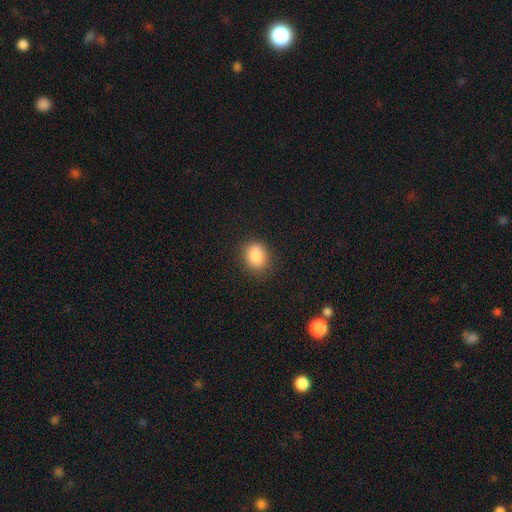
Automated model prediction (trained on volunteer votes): smooth-or-featured: smooth: 87% | star or artifact: 9% | featured or disk: 4%
  how-rounded: round: 53% | in between: 46% | cigar-shaped: 1%
  merging: none: 84% | minor disturbance: 12% | major disturbance: 3% | merger: 1%